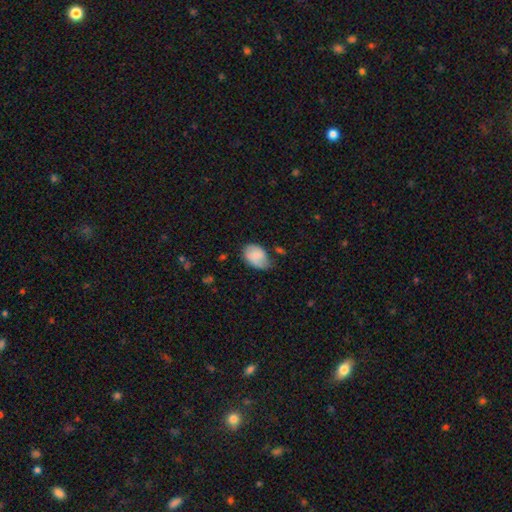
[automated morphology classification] type=smooth (76%); roundness=in between (82%); merging=none (48%).